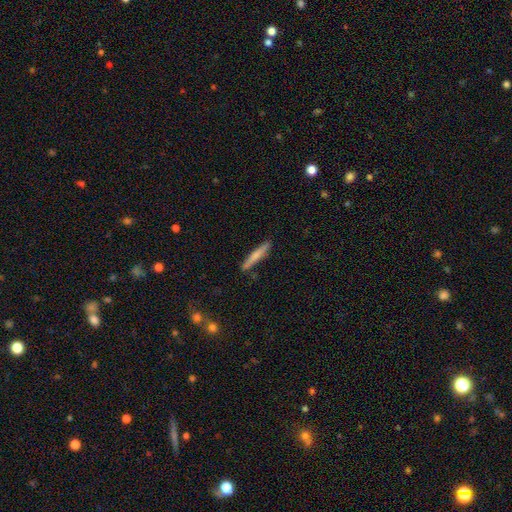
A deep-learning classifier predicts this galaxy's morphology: Smooth or featured: smooth — 65% (featured or disk — 29%)
How rounded: cigar-shaped — 94% (in between — 4%)
Merging: none — 85% (minor disturbance — 11%)